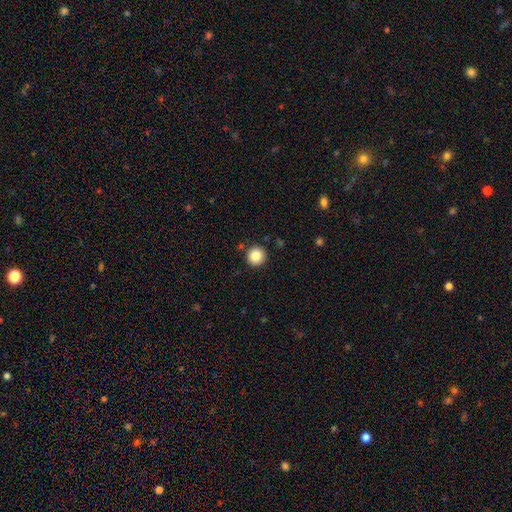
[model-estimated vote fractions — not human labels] Smooth or featured?
  - smooth: 85% *
  - star or artifact: 10%
  - featured or disk: 5%
How rounded?
  - round: 95% *
  - in between: 4%
  - cigar-shaped: 1%
Merging?
  - none: 91% *
  - minor disturbance: 6%
  - merger: 2%
  - major disturbance: 2%